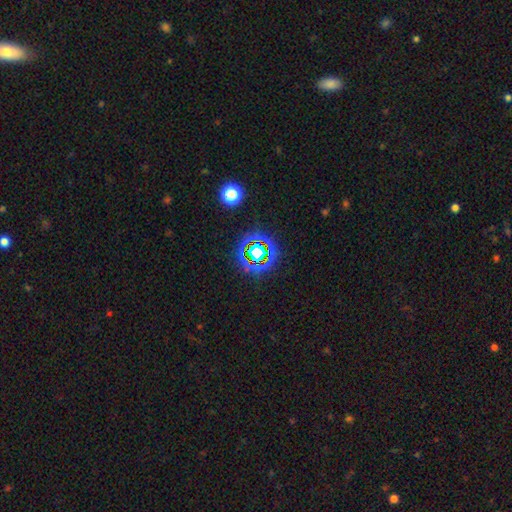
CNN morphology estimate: This appears to be a star or artifact, not a galaxy (71%).